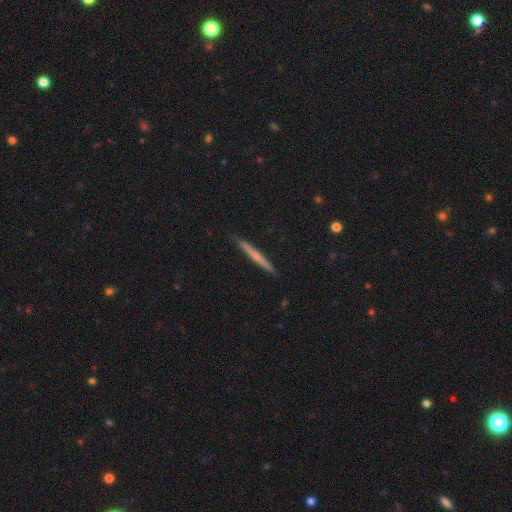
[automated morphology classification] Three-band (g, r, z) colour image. It shows a smooth galaxy with no disk features (50%). Merging: none (89%).